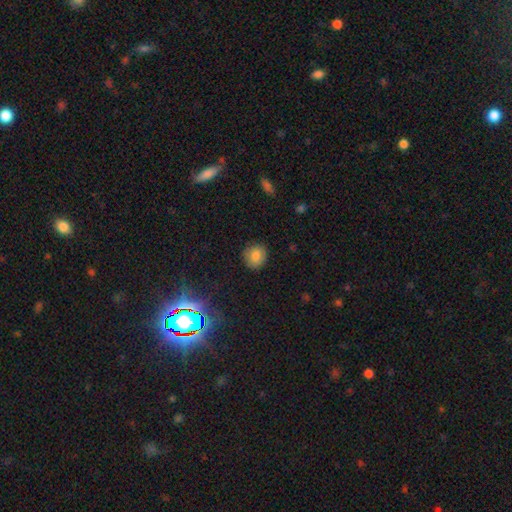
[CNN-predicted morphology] Smooth or featured?
  - smooth: 79% *
  - star or artifact: 12%
  - featured or disk: 9%
How rounded?
  - round: 87% *
  - in between: 12%
  - cigar-shaped: 1%
Merging?
  - none: 86% *
  - minor disturbance: 10%
  - major disturbance: 2%
  - merger: 1%